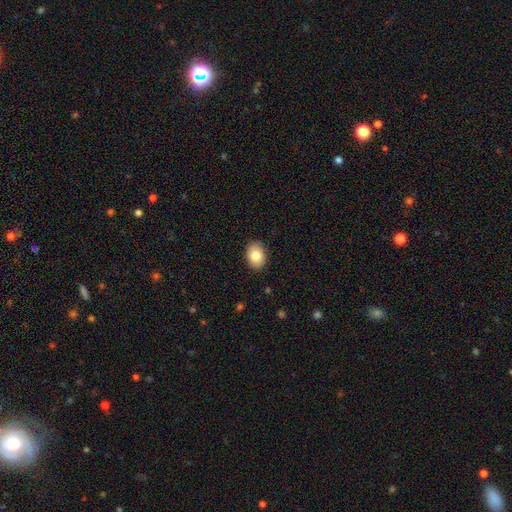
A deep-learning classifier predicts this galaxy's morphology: The model was most divided on "how rounded": in between: 70%, round: 29%, cigar-shaped: 1%. More confident: merging — none (88%); smooth or featured — smooth (82%).